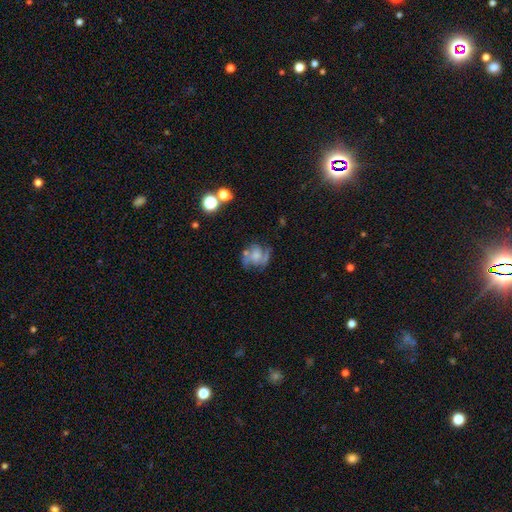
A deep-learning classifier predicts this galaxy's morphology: Smooth or featured? featured or disk (65%)
Edge-on disk? no (97%)
Bar? no (71%)
Spiral arms? yes (82%)
Spiral winding? medium (48%)
Spiral arm count? 2 (63%)
Bulge size? moderate (34%, tied with small)
Merging? none (49%)